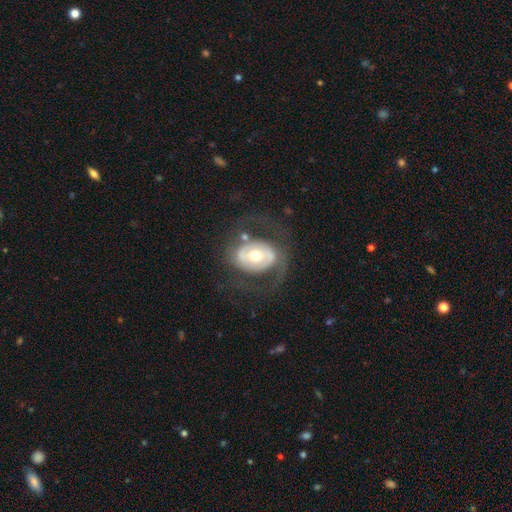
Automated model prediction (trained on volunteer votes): featured or disk 70%, smooth 25%, star or artifact 6%. Down the decision tree: edge-on disk — no (95%); bar — no (51%); spiral arms — yes (56%); bulge size — moderate (71%); merging — none (62%).